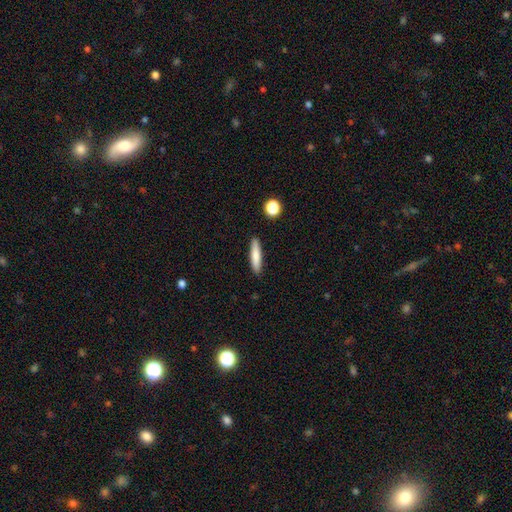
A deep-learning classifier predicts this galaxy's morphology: type=smooth (79%); roundness=cigar-shaped (86%); merging=none (89%).